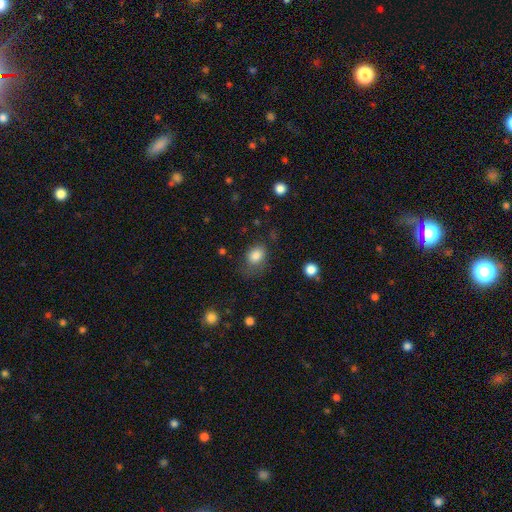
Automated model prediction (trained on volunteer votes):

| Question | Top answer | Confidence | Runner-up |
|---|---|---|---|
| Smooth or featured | smooth | 83% | star or artifact (10%) |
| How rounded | in between | 62% | round (37%) |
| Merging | none | 57% | minor disturbance (26%) |